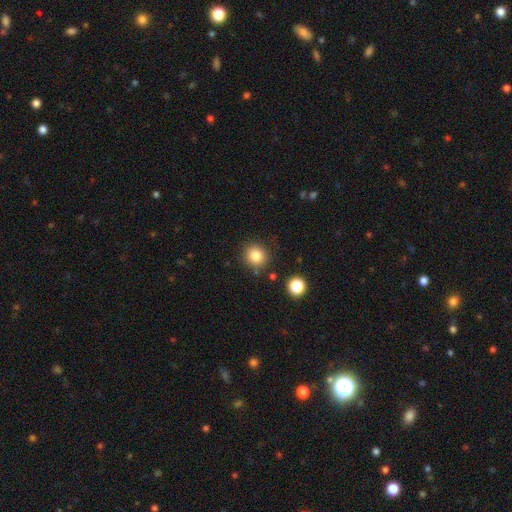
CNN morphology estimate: Smooth or featured: smooth — 83% (star or artifact — 11%)
How rounded: round — 90% (in between — 9%)
Merging: none — 85% (minor disturbance — 8%)